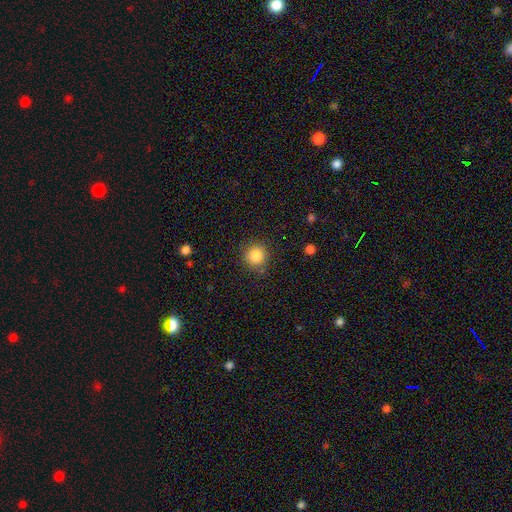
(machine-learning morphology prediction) Smooth or featured?
  - smooth: 85% *
  - star or artifact: 10%
  - featured or disk: 5%
How rounded?
  - round: 93% *
  - in between: 6%
  - cigar-shaped: 1%
Merging?
  - none: 86% *
  - minor disturbance: 9%
  - major disturbance: 3%
  - merger: 2%